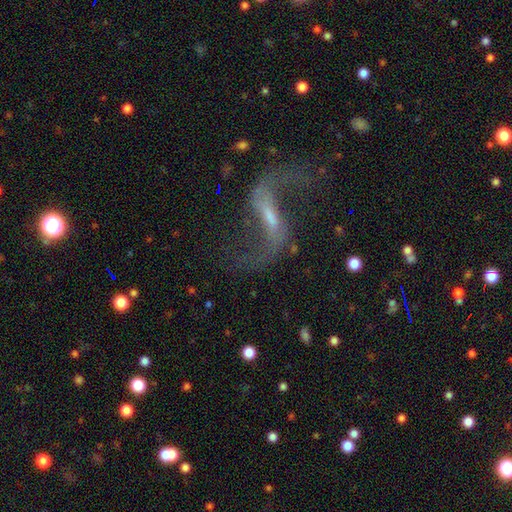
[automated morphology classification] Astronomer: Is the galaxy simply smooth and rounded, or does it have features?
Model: featured or disk — 87%.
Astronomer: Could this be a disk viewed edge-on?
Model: no — 94%.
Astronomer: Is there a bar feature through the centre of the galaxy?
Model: weak — 41% (runner-up: strong, 40%).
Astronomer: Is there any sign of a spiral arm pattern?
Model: yes — 95%.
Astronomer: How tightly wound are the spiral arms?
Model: loose — 89%.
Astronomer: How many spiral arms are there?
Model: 2 — 94%.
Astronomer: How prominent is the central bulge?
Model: small — 62%.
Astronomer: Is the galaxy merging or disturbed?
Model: none — 73%.